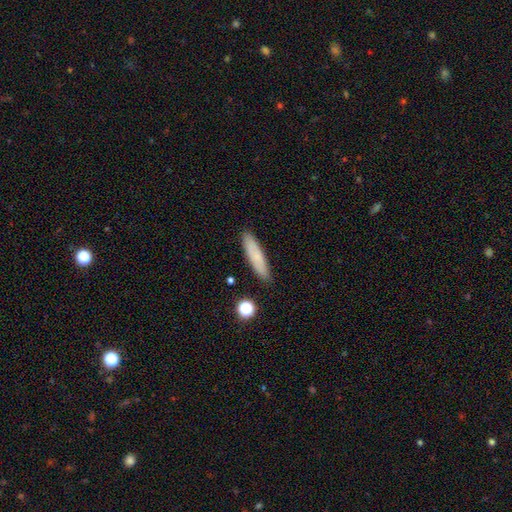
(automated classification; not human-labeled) Overall: smooth (75%). How rounded: cigar-shaped (78%). Merging: none (87%).